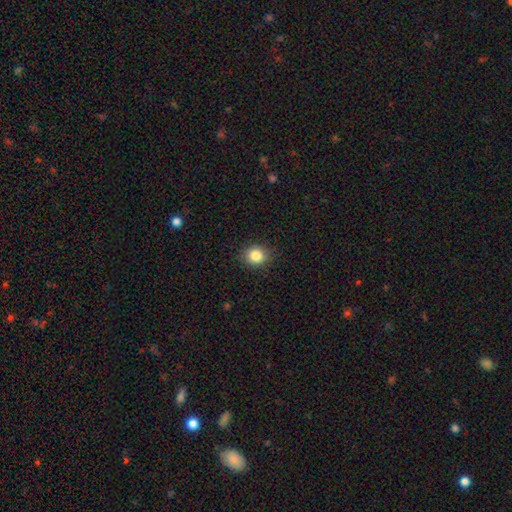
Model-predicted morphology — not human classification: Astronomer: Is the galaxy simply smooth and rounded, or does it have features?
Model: smooth — 84%.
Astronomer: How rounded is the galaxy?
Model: round — 76%.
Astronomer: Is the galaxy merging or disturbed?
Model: none — 88%.